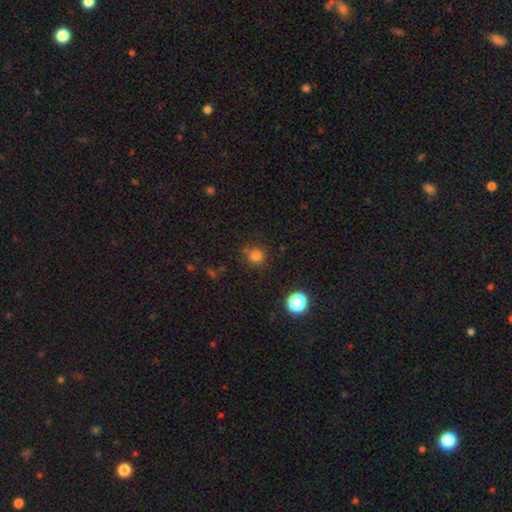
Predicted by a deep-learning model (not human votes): Morphology: type=smooth (78%); roundness=round (88%); merging=none (79%).